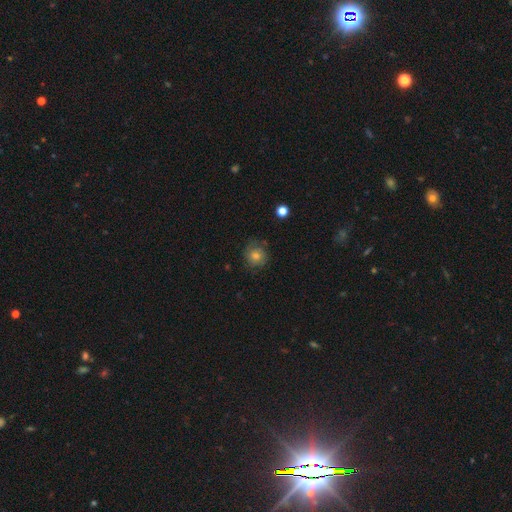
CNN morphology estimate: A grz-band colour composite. It shows a smooth galaxy with no disk features (64%) that is round (90%). Merging: none (77%).